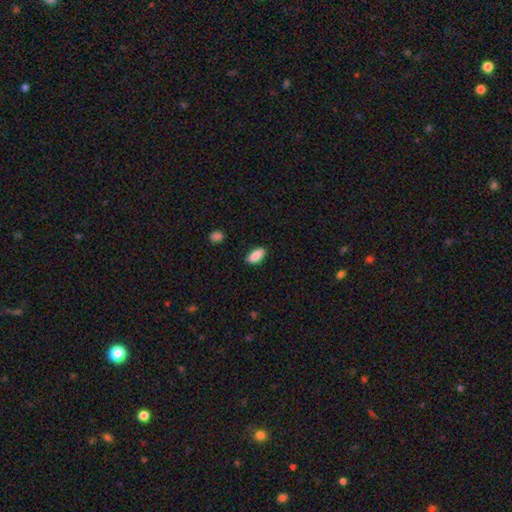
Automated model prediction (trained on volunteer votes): A smooth galaxy with no disk features (87%) that is in between round and cigar-shaped (85%).

Vote fractions:
- Smooth or featured? smooth: 87% / star or artifact: 7% / featured or disk: 6%
- How rounded? in between: 85% / cigar-shaped: 12% / round: 3%
- Merging? none: 85% / minor disturbance: 12% / major disturbance: 2% / merger: 1%